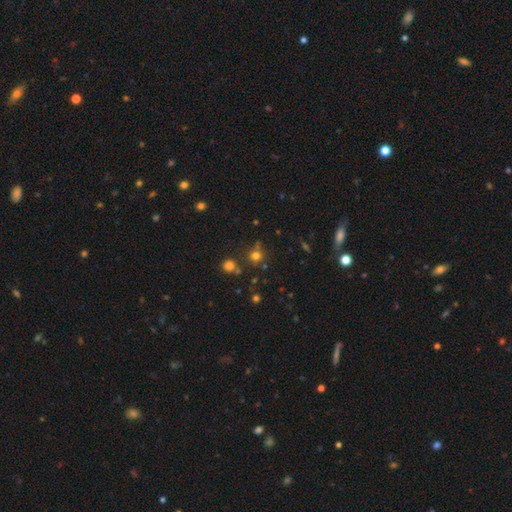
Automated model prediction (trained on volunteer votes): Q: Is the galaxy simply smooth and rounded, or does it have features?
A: smooth — 68%.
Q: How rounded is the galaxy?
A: round — 90%.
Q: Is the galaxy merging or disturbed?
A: none — 72%.